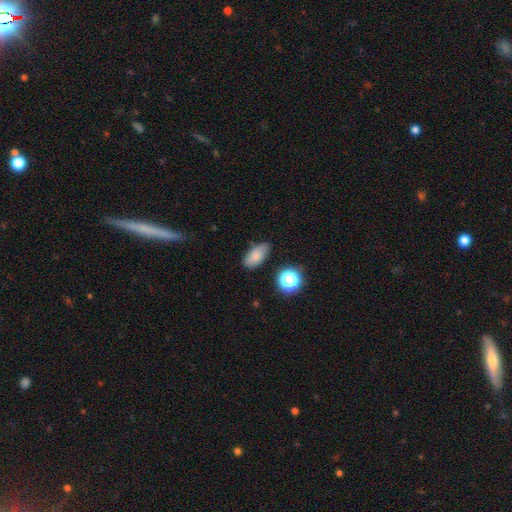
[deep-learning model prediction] smooth 80%, star or artifact 10%, featured or disk 10%. Down the decision tree: how rounded — in between (88%); merging — none (74%).